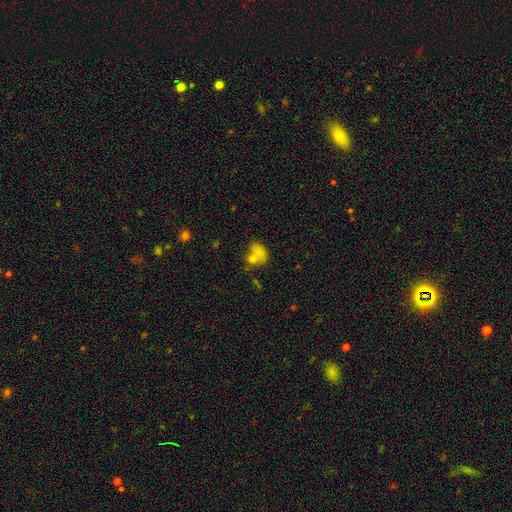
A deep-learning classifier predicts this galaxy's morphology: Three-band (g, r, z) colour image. It shows a smooth galaxy with no disk features (72%) that is in between round and cigar-shaped (55%). Merging: none (37%).